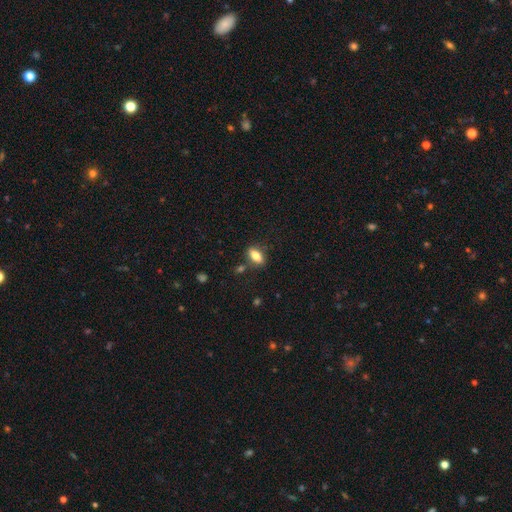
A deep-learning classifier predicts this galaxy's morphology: Q: Smooth or featured?
A: smooth (80%); runner-up: featured or disk (12%)
Q: How rounded?
A: in between (84%); runner-up: cigar-shaped (10%)
Q: Merging?
A: none (78%); runner-up: minor disturbance (12%)